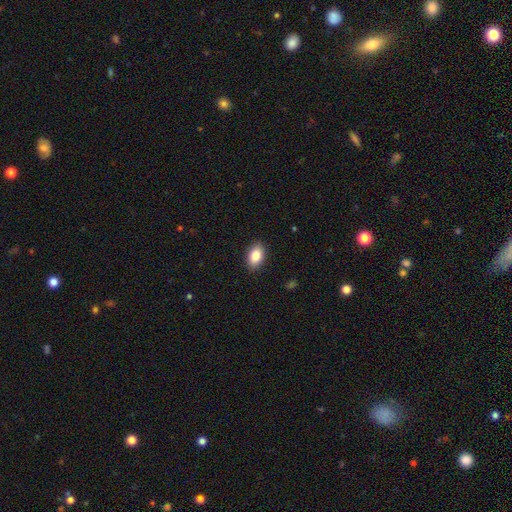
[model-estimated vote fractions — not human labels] A smooth galaxy with no disk features (86%) that is in between round and cigar-shaped (90%).

Vote fractions:
- Smooth or featured? smooth: 86% / star or artifact: 7% / featured or disk: 7%
- How rounded? in between: 90% / round: 9% / cigar-shaped: 1%
- Merging? none: 89% / minor disturbance: 8% / major disturbance: 2% / merger: 1%